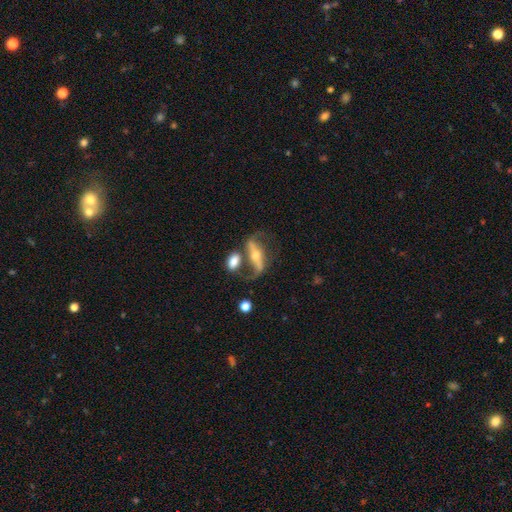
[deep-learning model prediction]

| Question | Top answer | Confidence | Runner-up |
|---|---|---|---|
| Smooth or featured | featured or disk | 75% | smooth (18%) |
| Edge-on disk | no | 75% | yes (25%) |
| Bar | strong | 48% | no (30%) |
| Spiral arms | yes | 82% | no (18%) |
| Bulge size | moderate | 49% | small (38%) |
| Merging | none | 43% | merger (24%) |